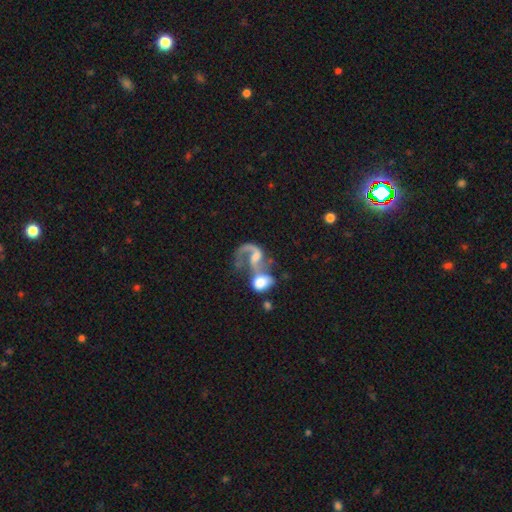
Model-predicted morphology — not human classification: This is likely a featured or disk galaxy (78%). It is clearly not viewed edge-on (97%). Bar: possibly no (46%). Spiral arm pattern: clearly yes (89%). Spiral arm count: possibly 2 (55%). Spiral winding: likely loose (68%). Central bulge: marginally moderate (35%). Merging: likely merger (61%).